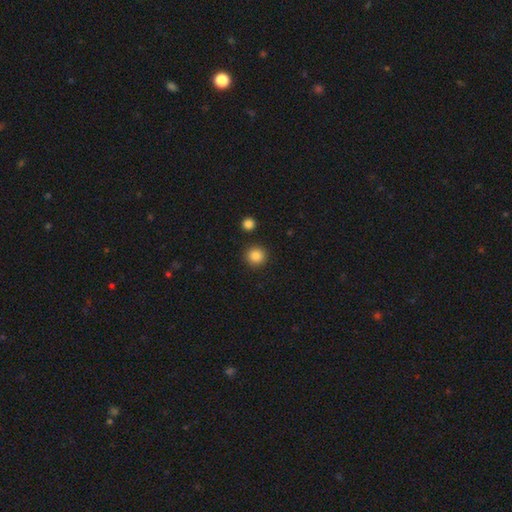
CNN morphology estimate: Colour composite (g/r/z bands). It shows a smooth galaxy with no disk features (87%) that is round (94%). Merging: none (90%).